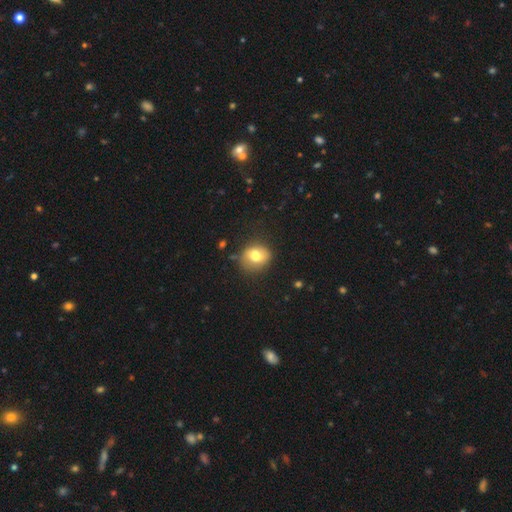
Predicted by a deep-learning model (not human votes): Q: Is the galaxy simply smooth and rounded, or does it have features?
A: smooth — 71%.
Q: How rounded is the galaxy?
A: round — 65%.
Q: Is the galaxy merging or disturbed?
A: none — 69%.